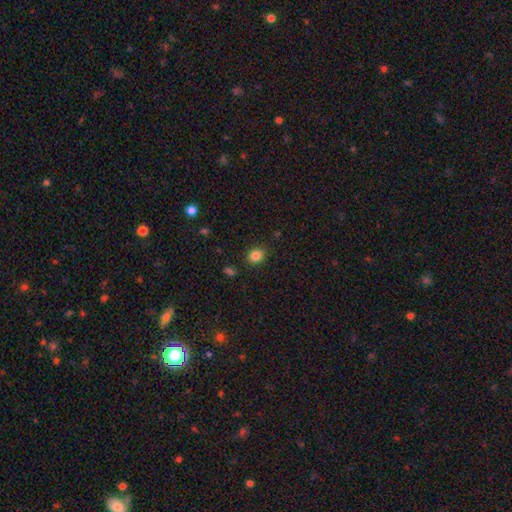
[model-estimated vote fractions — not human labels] A smooth galaxy with no disk features (84%) that is round (62%).

Vote fractions:
- Smooth or featured? smooth: 84% / star or artifact: 11% / featured or disk: 5%
- How rounded? round: 62% / in between: 37% / cigar-shaped: 1%
- Merging? none: 85% / minor disturbance: 11% / major disturbance: 3% / merger: 2%